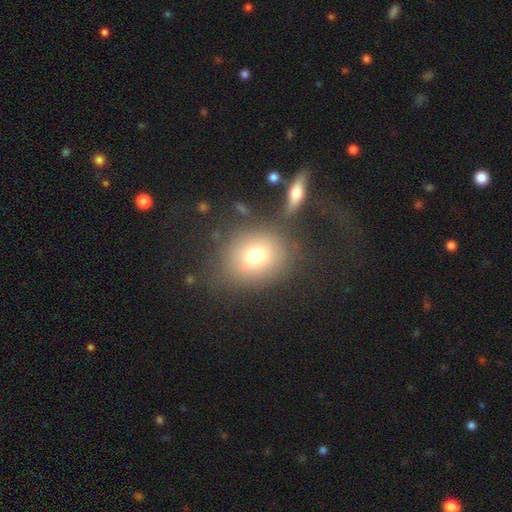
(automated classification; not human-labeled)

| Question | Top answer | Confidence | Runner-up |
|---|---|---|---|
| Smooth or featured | smooth | 73% | featured or disk (15%) |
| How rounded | round | 64% | in between (35%) |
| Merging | none | 73% | minor disturbance (12%) |